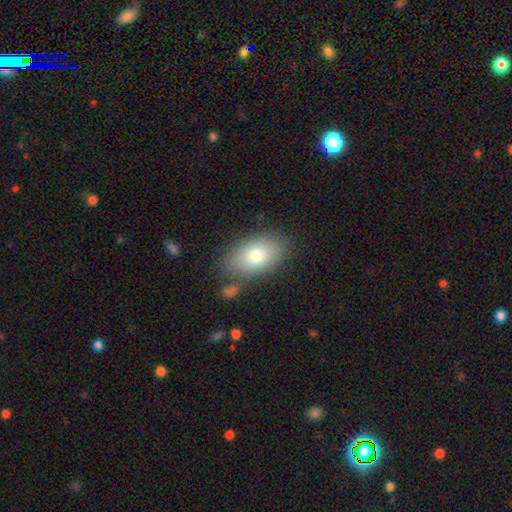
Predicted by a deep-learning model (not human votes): This appears to be a smooth galaxy with no disk features (78%) that is in between round and cigar-shaped (91%). Merging: none (78%).